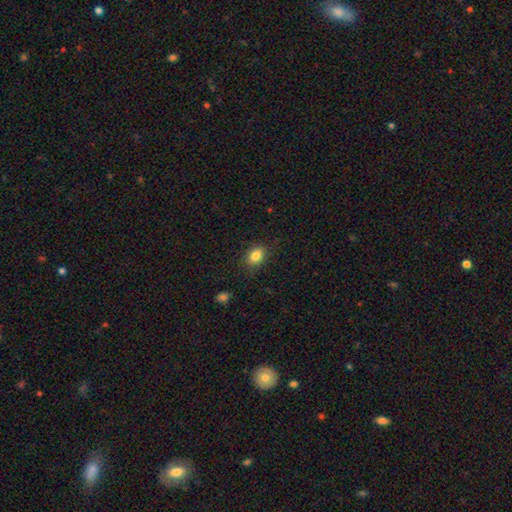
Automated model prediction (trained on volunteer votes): Overall: smooth (84%). How rounded: in between (71%). Merging: none (82%).